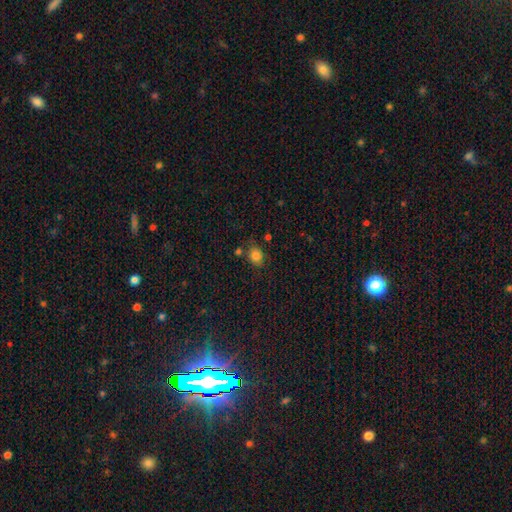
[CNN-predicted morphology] Smooth or featured: smooth — 82% (star or artifact — 12%)
How rounded: round — 57% (in between — 42%)
Merging: none — 73% (minor disturbance — 15%)